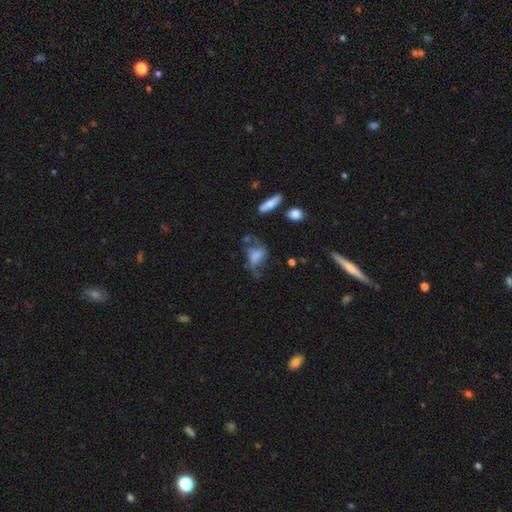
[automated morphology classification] This is possibly a featured or disk galaxy (50%). It is clearly not viewed edge-on (93%). Merging: marginally major disturbance (37%).